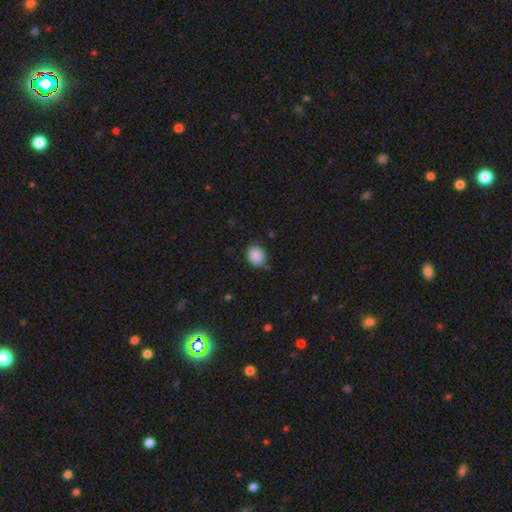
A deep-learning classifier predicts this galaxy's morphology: This appears to be a smooth galaxy with no disk features (88%) that is round (52%). Merging: none (73%).